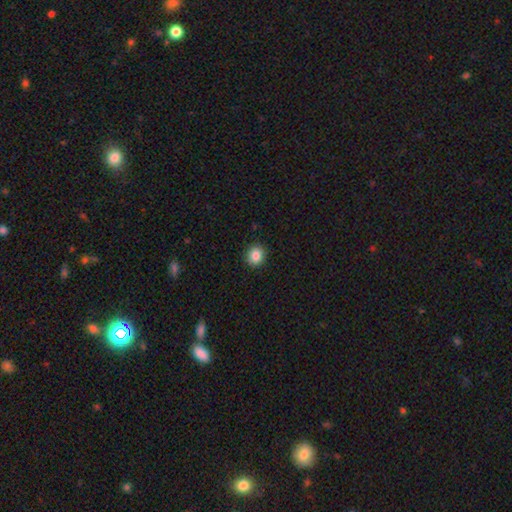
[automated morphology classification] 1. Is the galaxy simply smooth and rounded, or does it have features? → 86% smooth, 9% star or artifact, 4% featured or disk.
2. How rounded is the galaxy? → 81% round, 18% in between, 1% cigar-shaped.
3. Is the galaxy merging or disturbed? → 92% none, 6% minor disturbance, 2% major disturbance, 1% merger.